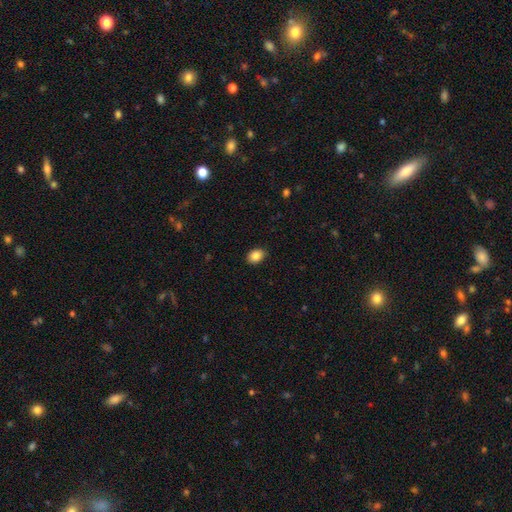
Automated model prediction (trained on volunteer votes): Smooth or featured: smooth — 86% (star or artifact — 9%)
How rounded: in between — 63% (round — 36%)
Merging: none — 88% (minor disturbance — 9%)